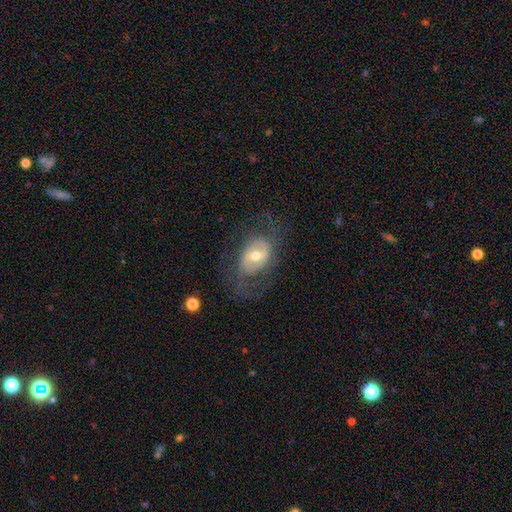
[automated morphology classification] A featured or disk galaxy (71%) with no bar (47%), spiral arms (72%) and a moderate central bulge (63%). Merging: none (61%).